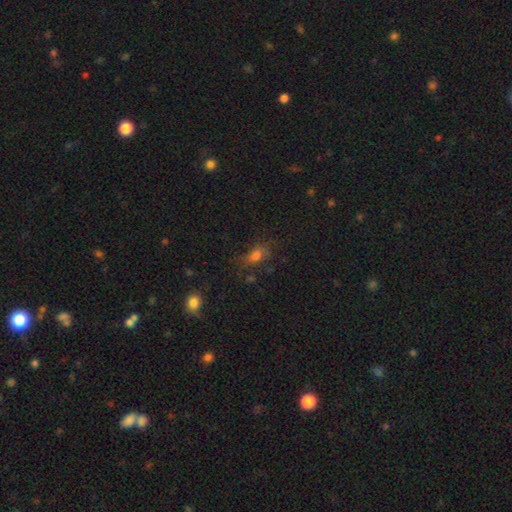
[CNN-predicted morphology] smooth_or_featured: smooth (p=0.70) [alt: star or artifact p=0.19]
how_rounded: in between (p=0.73) [alt: round p=0.21]
merging: none (p=0.59) [alt: minor disturbance p=0.23]